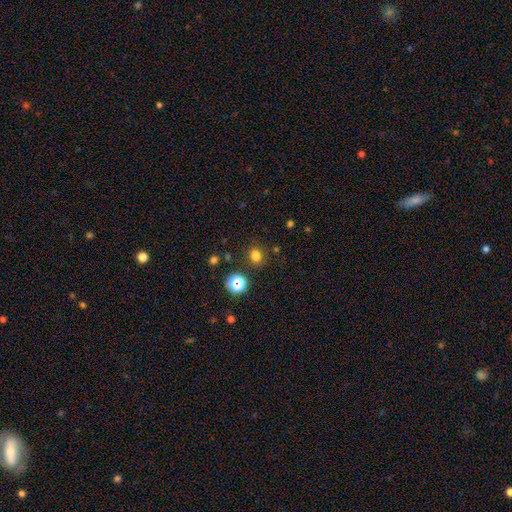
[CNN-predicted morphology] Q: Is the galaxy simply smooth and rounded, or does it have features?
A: smooth — 77%.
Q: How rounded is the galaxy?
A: round — 80%.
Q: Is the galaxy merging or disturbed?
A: none — 86%.